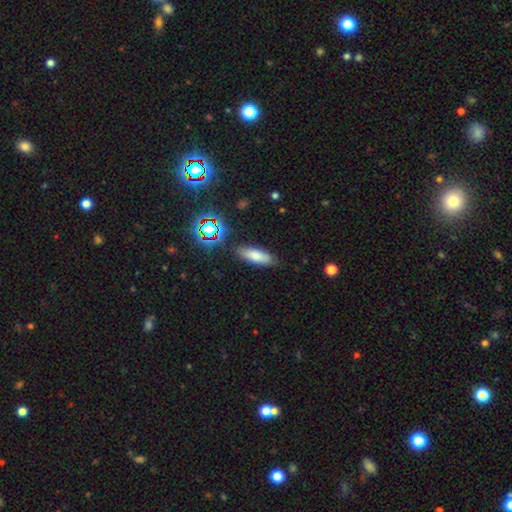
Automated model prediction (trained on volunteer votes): Q: Smooth or featured?
A: smooth (77%); runner-up: featured or disk (12%)
Q: How rounded?
A: in between (60%); runner-up: cigar-shaped (38%)
Q: Merging?
A: none (84%); runner-up: minor disturbance (11%)